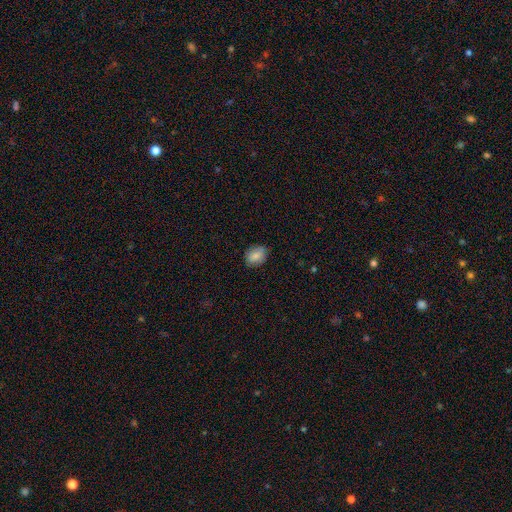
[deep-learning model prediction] smooth-or-featured: smooth: 84% | star or artifact: 8% | featured or disk: 8%
  how-rounded: in between: 62% | round: 37% | cigar-shaped: 1%
  merging: none: 80% | minor disturbance: 16% | major disturbance: 3% | merger: 1%